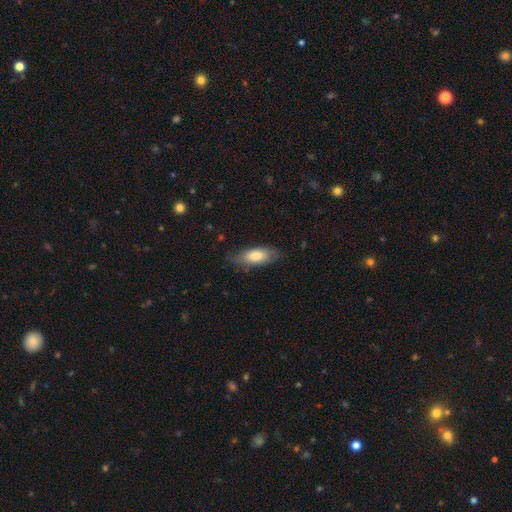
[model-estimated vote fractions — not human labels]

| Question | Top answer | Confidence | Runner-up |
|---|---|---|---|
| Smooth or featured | smooth | 75% | featured or disk (19%) |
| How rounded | in between | 78% | cigar-shaped (19%) |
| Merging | none | 75% | minor disturbance (20%) |